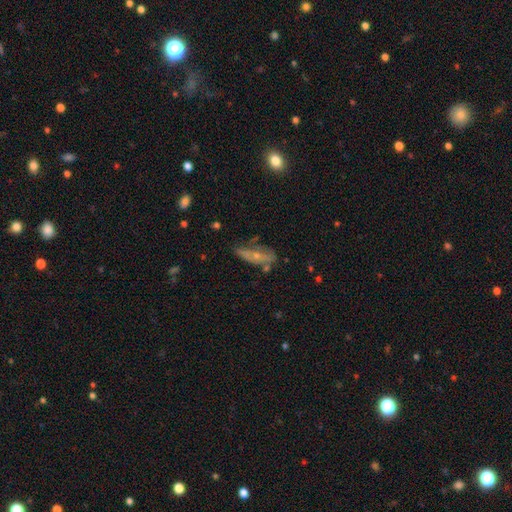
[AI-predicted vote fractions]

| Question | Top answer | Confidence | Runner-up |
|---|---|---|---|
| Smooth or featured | featured or disk | 49% | smooth (42%) |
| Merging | none | 51% | minor disturbance (30%) |